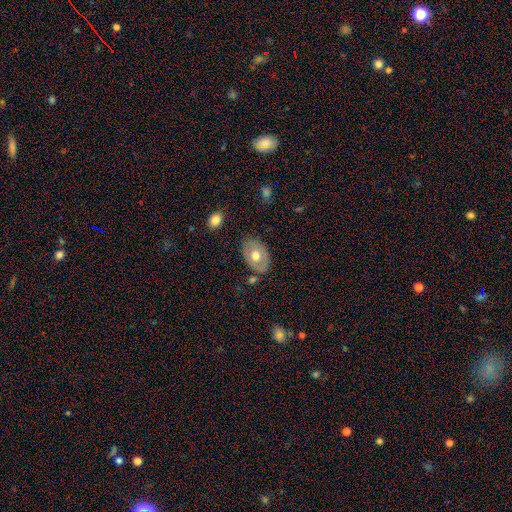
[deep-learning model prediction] smooth 55%, featured or disk 39%, star or artifact 6%. Down the decision tree: how rounded — in between (83%); merging — none (78%).